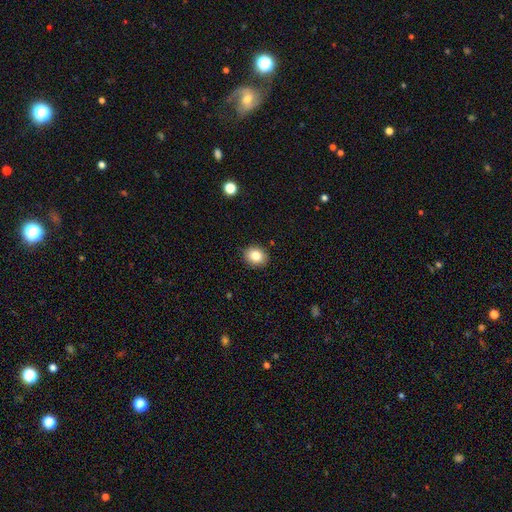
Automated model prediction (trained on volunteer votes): smooth 84%, star or artifact 10%, featured or disk 7%. Down the decision tree: how rounded — round (59%); merging — none (89%).